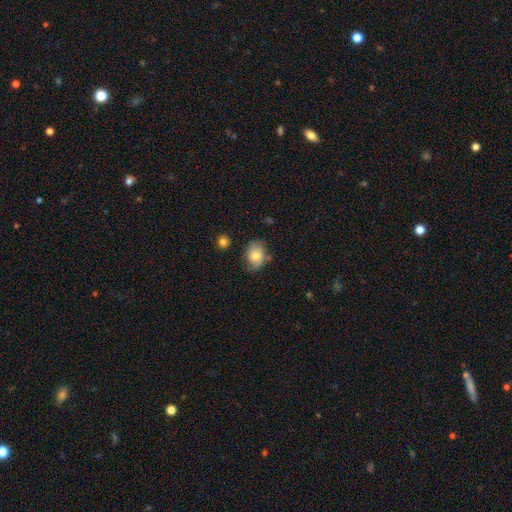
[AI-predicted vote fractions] The model was most divided on "merging": none: 58%, minor disturbance: 29%, major disturbance: 9%, merger: 4%. More confident: smooth or featured — smooth (68%); how rounded — in between (66%).